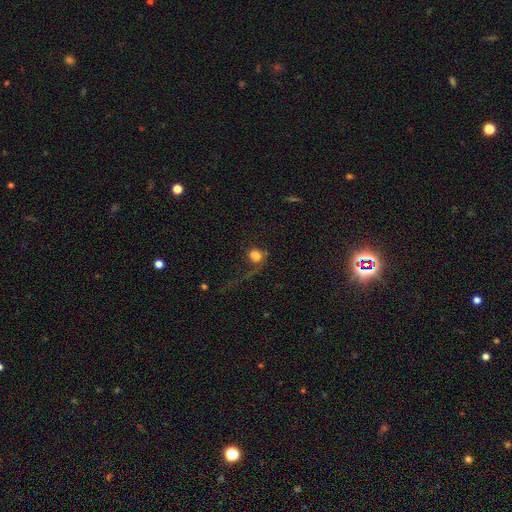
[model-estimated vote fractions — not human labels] This is likely a smooth galaxy (68%). How rounded: likely round (75%). Merging: possibly major disturbance (47%).